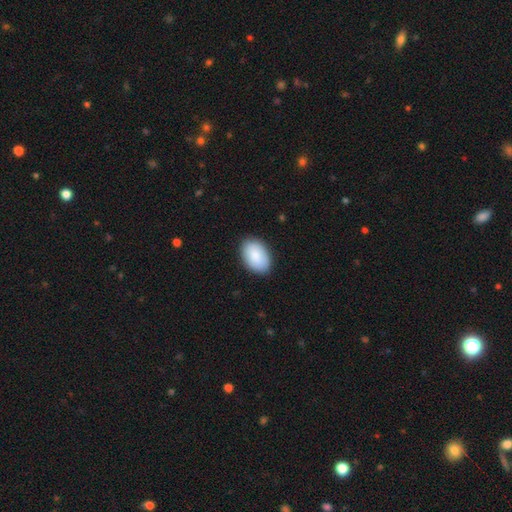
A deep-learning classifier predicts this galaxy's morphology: A smooth galaxy with no disk features (87%) that is in between round and cigar-shaped (92%).

Vote fractions:
- Smooth or featured? smooth: 87% / featured or disk: 7% / star or artifact: 5%
- How rounded? in between: 92% / round: 7% / cigar-shaped: 1%
- Merging? none: 87% / minor disturbance: 10% / major disturbance: 2% / merger: 1%